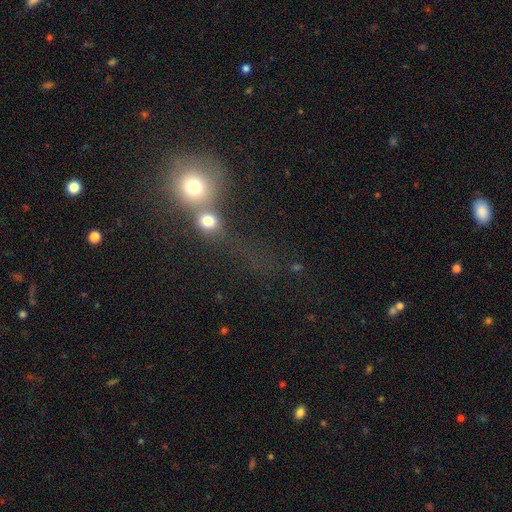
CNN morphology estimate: smooth-or-featured: smooth: 51% | star or artifact: 31% | featured or disk: 17%
  how-rounded: round: 74% | in between: 21% | cigar-shaped: 6%
  merging: merger: 39% | none: 32% | major disturbance: 17% | minor disturbance: 12%